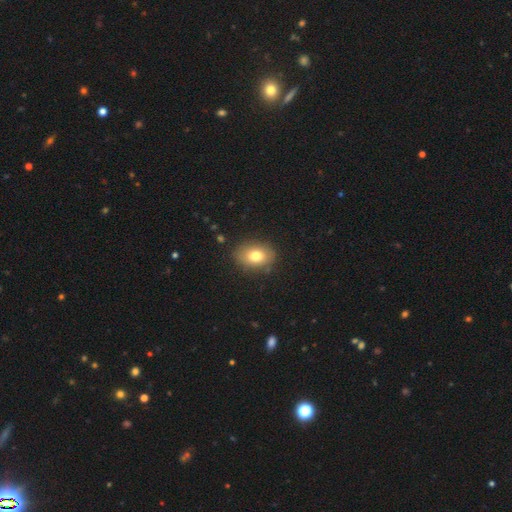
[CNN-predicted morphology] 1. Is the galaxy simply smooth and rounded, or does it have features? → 77% smooth, 13% featured or disk, 10% star or artifact.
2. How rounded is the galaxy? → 68% in between, 31% round, 1% cigar-shaped.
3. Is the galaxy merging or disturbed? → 84% none, 12% minor disturbance, 3% major disturbance, 1% merger.